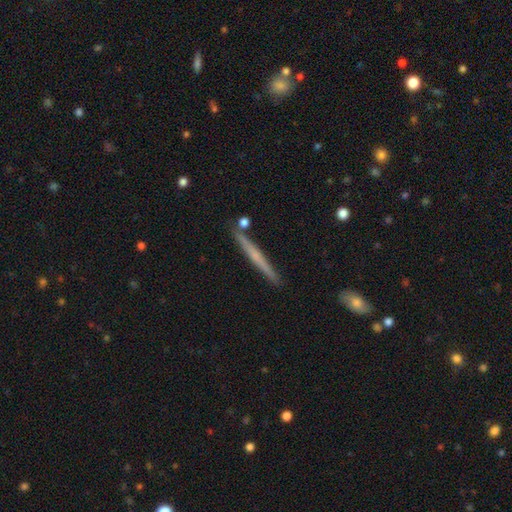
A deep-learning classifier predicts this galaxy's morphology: A featured or disk galaxy (52%) viewed edge-on (98%) with no central bulge (69%).

Vote fractions:
- Smooth or featured? featured or disk: 52% / smooth: 42% / star or artifact: 6%
- Edge-on disk? yes: 98% / no: 2%
- Edge-on bulge? none: 69% / rounded: 25% / boxy: 6%
- Merging? none: 88% / minor disturbance: 7% / merger: 3% / major disturbance: 1%